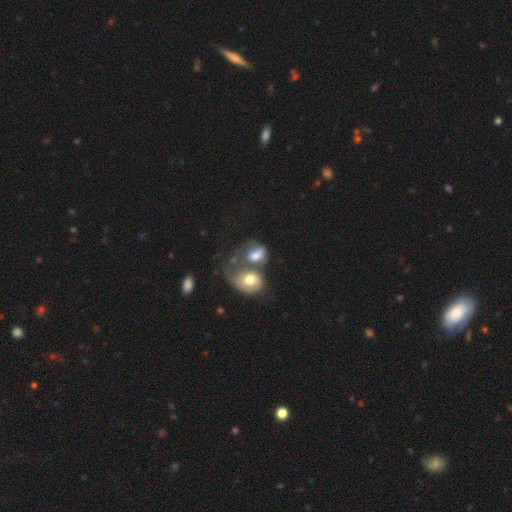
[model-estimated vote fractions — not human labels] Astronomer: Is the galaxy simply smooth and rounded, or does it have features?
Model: smooth — 58%.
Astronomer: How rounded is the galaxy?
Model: in between — 64%.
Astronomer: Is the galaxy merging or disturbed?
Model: merger — 60%.